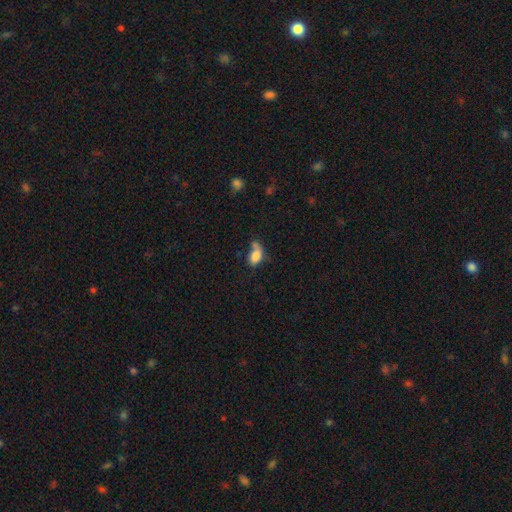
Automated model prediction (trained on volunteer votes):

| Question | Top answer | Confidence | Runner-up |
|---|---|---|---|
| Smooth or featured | smooth | 79% | featured or disk (12%) |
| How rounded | in between | 84% | round (13%) |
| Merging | none | 33% | merger (26%) |